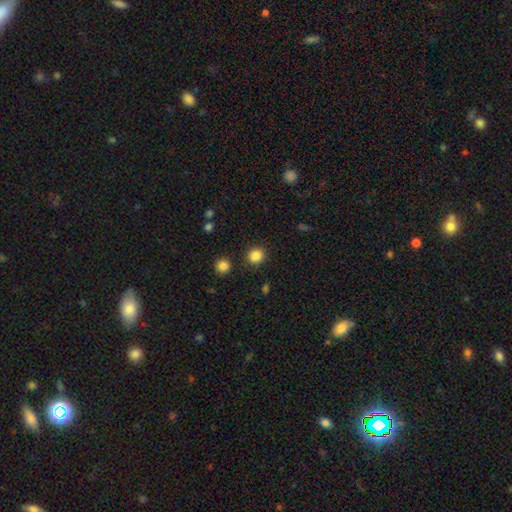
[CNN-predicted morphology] Smooth or featured? smooth (85%)
How rounded? round (88%)
Merging? none (89%)